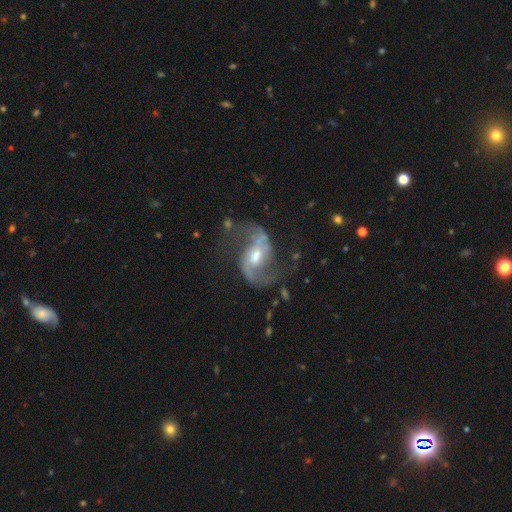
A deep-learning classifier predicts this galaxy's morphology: smooth-or-featured: featured or disk: 90% | star or artifact: 5% | smooth: 5%
  disk-edge-on: no: 98% | yes: 2%
    bar: weak: 50% | no: 30% | strong: 21%
    has-spiral-arms: yes: 97% | no: 3%
      spiral-winding: loose: 52% | medium: 41% | tight: 7%
      spiral-arm-count: 2: 93% | can't tell: 2% | 1: 2% | 3: 1% | 4: 1% | more than 4: 1%
    bulge-size: moderate: 64% | small: 23% | large: 9% | none: 2% | dominant: 1%
  merging: none: 70% | minor disturbance: 16% | major disturbance: 11% | merger: 3%